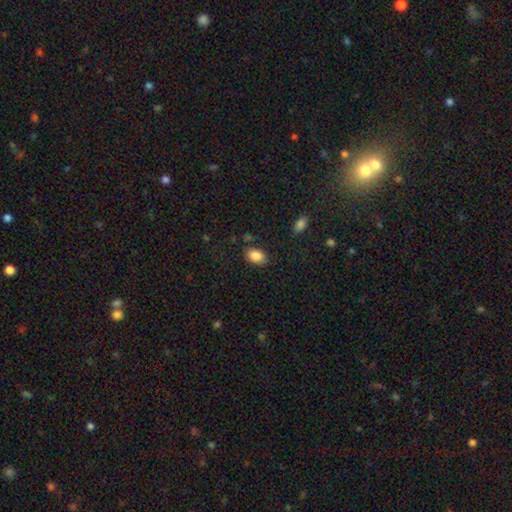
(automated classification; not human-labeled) This is clearly a smooth galaxy (86%). How rounded: clearly in between (85%). Merging: clearly none (82%).